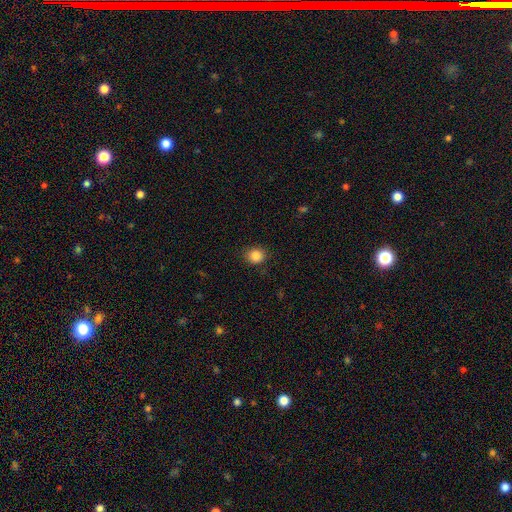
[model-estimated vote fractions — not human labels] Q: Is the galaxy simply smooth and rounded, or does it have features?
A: smooth — 86%.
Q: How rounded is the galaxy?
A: round — 80%.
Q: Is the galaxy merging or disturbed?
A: none — 86%.